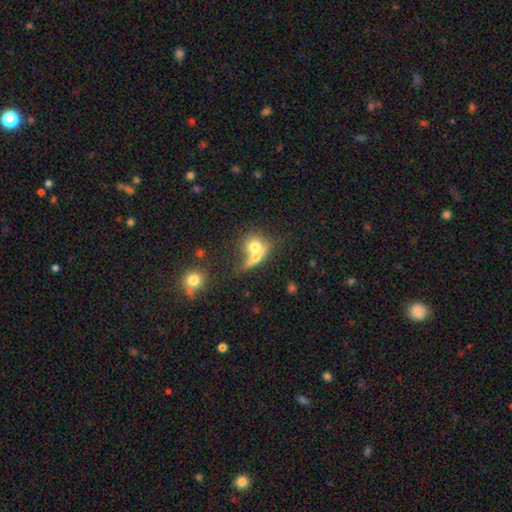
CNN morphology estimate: A smooth galaxy with no disk features (64%) that is round (55%). Merging: merger (58%).